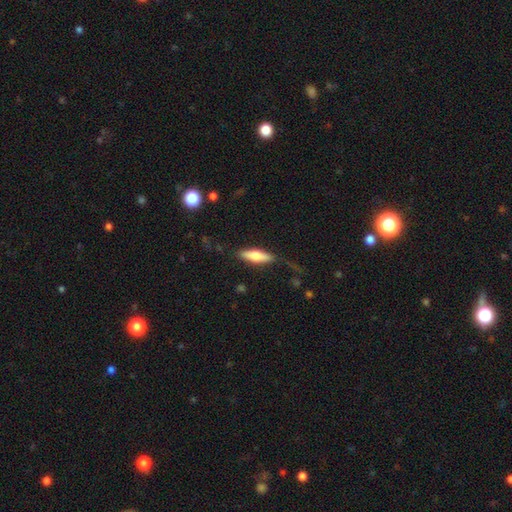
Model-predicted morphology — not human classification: type=smooth (57%); roundness=cigar-shaped (58%); merging=none (76%).